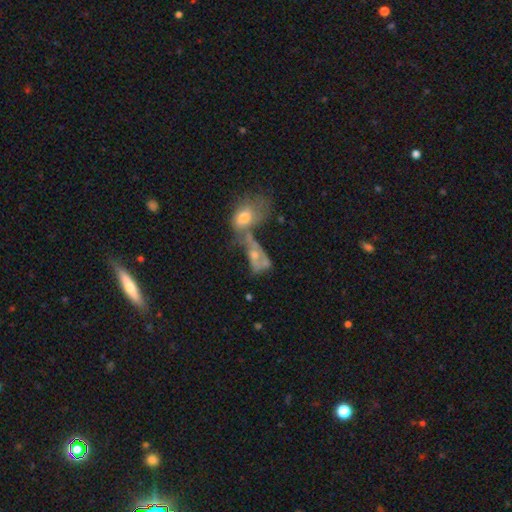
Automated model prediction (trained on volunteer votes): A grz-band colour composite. It shows a featured or disk galaxy (47%). Merging: merger (65%).